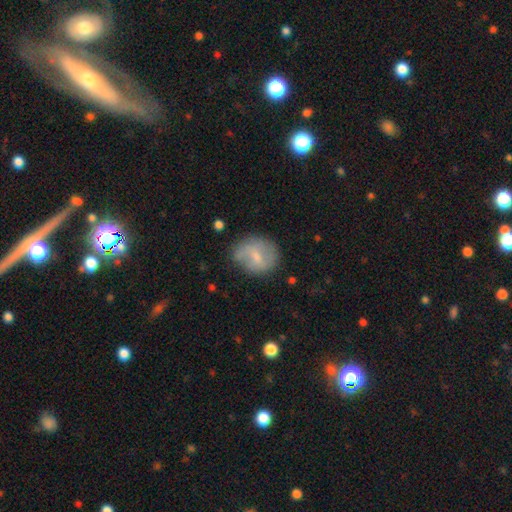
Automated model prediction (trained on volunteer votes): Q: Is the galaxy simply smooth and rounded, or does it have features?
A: smooth — 55%.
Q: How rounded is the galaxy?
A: round — 61%.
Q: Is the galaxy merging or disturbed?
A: none — 62%.